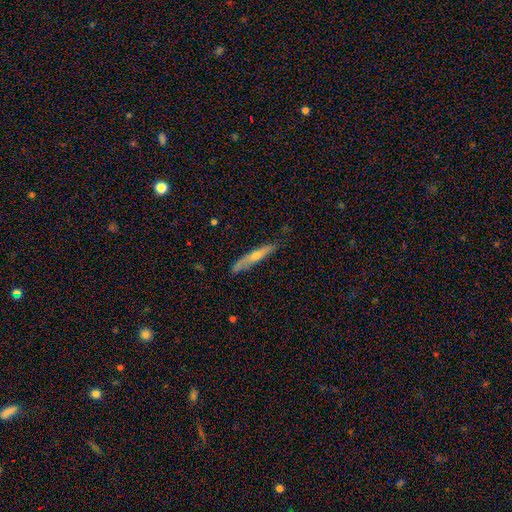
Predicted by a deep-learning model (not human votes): Smooth or featured: featured or disk — 47% (smooth — 46%)
Merging: none — 79% (minor disturbance — 17%)